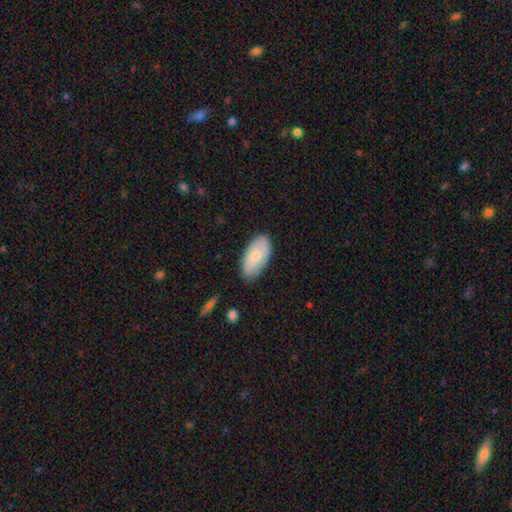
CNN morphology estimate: A smooth galaxy with no disk features (73%) that is in between round and cigar-shaped (94%).

Vote fractions:
- Smooth or featured? smooth: 73% / featured or disk: 21% / star or artifact: 6%
- How rounded? in between: 94% / cigar-shaped: 3% / round: 3%
- Merging? none: 79% / minor disturbance: 17% / major disturbance: 3% / merger: 1%